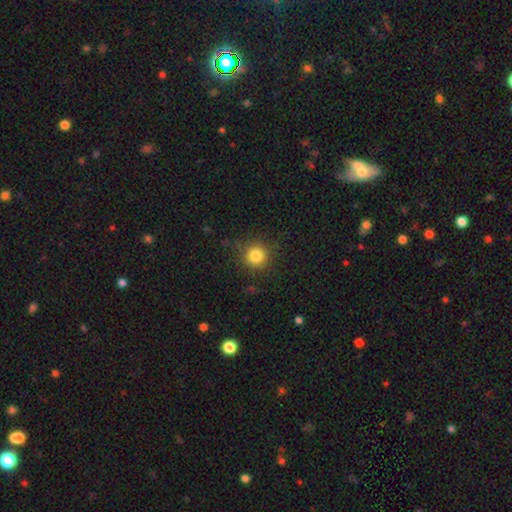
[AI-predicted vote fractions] Overall: smooth (83%). How rounded: round (95%). Merging: none (88%).